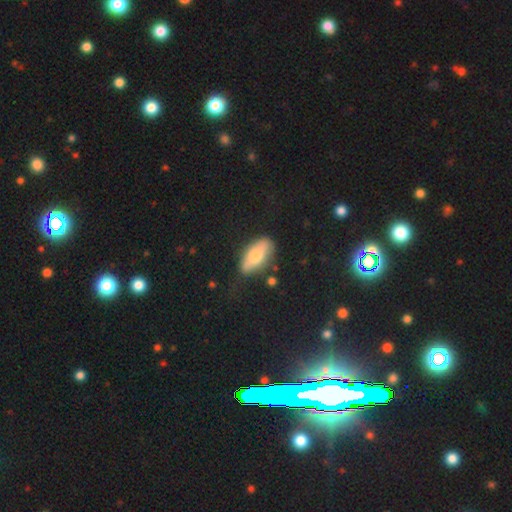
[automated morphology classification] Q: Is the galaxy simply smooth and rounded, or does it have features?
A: smooth — 66%.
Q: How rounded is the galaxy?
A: in between — 86%.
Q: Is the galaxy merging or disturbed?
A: none — 68%.